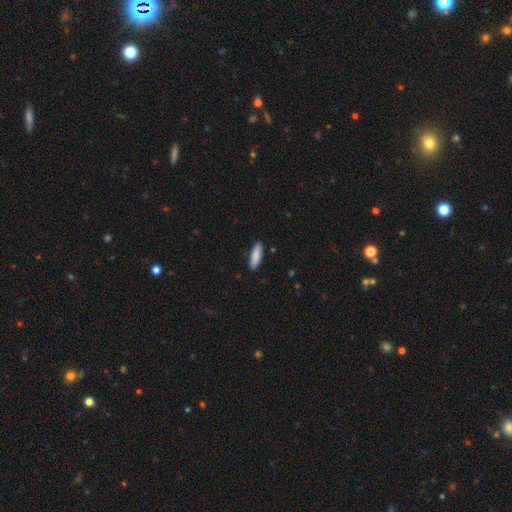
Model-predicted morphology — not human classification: smooth 87%, featured or disk 7%, star or artifact 5%. Down the decision tree: how rounded — cigar-shaped (56%); merging — none (89%).